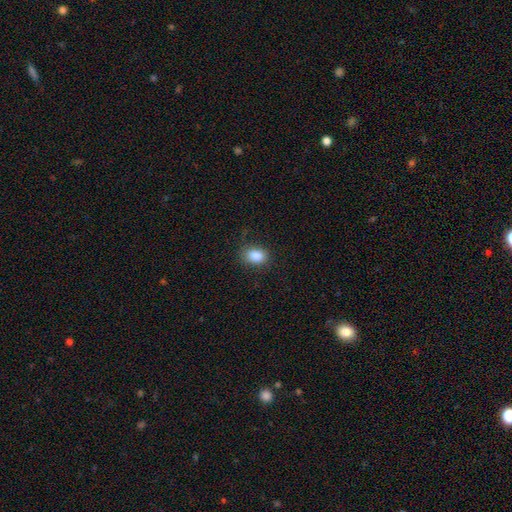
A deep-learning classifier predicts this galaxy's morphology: Q: Smooth or featured?
A: smooth (87%); runner-up: star or artifact (9%)
Q: How rounded?
A: in between (71%); runner-up: round (28%)
Q: Merging?
A: none (80%); runner-up: minor disturbance (15%)